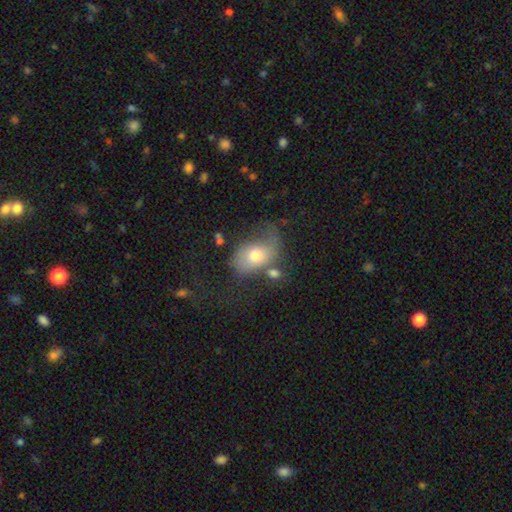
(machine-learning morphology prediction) The model was most divided on "merging": none: 35%, minor disturbance: 29%, major disturbance: 26%, merger: 10%. More confident: how rounded — in between (79%); smooth or featured — smooth (64%).